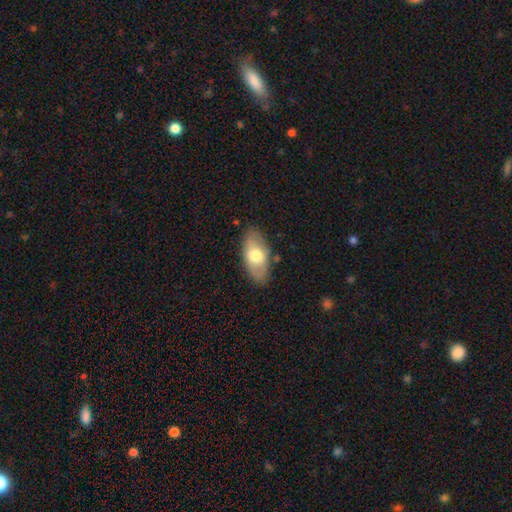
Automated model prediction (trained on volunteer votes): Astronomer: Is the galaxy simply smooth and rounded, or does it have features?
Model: smooth — 62%.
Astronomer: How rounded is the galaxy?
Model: in between — 92%.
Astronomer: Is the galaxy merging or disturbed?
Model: none — 82%.